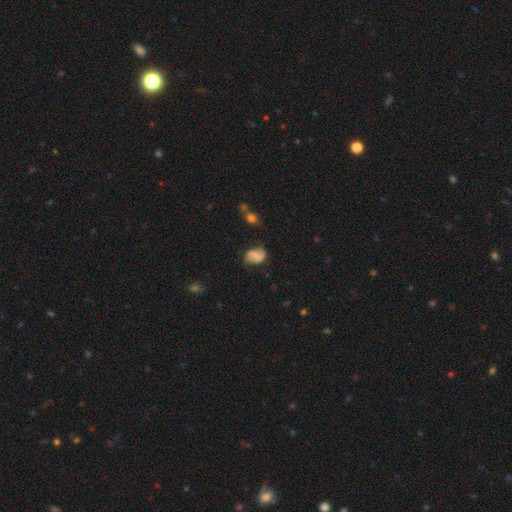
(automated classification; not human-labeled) Q: Smooth or featured?
A: smooth (47%); runner-up: featured or disk (43%)
Q: Merging?
A: none (65%); runner-up: minor disturbance (24%)